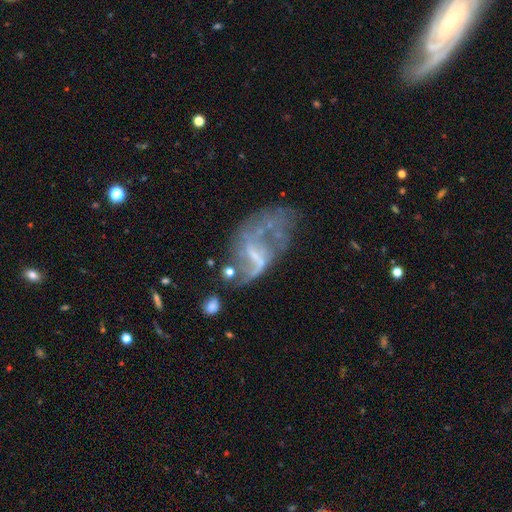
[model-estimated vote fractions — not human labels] This appears to be a featured or disk galaxy (75%) with a weak bar (43%), spiral arms (61%) and no central bulge (50%). Merging: major disturbance (40%).